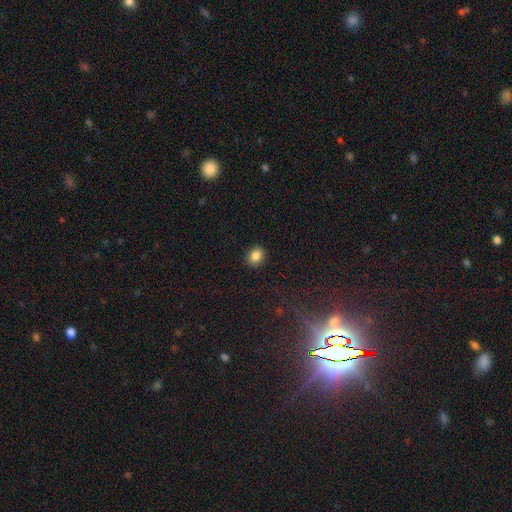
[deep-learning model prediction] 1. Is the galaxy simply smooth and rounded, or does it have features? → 84% smooth, 10% star or artifact, 5% featured or disk.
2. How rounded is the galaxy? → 53% round, 46% in between, 1% cigar-shaped.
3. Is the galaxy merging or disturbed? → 88% none, 8% minor disturbance, 2% major disturbance, 1% merger.